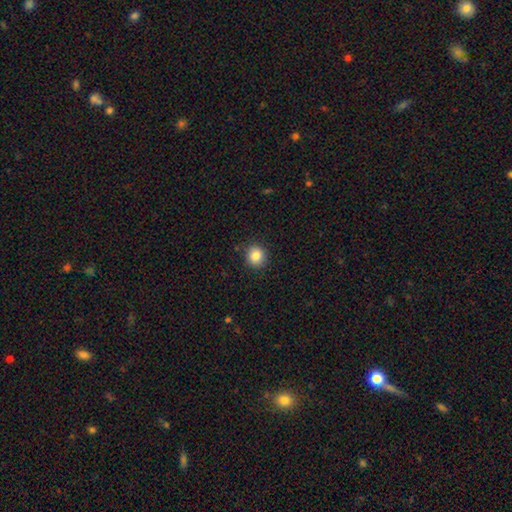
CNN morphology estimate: Smooth or featured?
  - smooth: 86% *
  - star or artifact: 10%
  - featured or disk: 5%
How rounded?
  - round: 87% *
  - in between: 12%
  - cigar-shaped: 1%
Merging?
  - none: 88% *
  - minor disturbance: 8%
  - major disturbance: 2%
  - merger: 1%